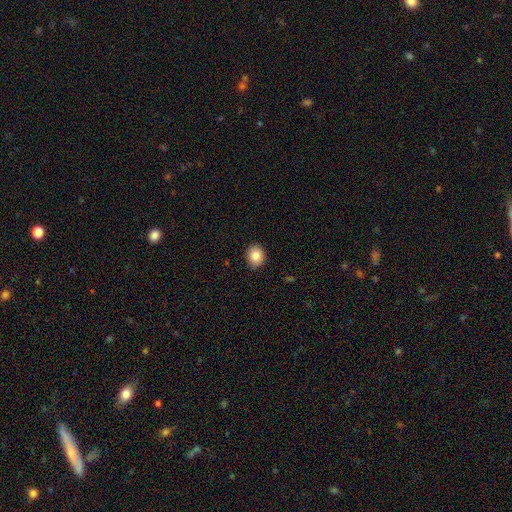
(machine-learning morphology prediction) A smooth galaxy with no disk features (84%) that is round (72%).

Vote fractions:
- Smooth or featured? smooth: 84% / star or artifact: 9% / featured or disk: 7%
- How rounded? round: 72% / in between: 28% / cigar-shaped: 1%
- Merging? none: 89% / minor disturbance: 8% / major disturbance: 2% / merger: 1%